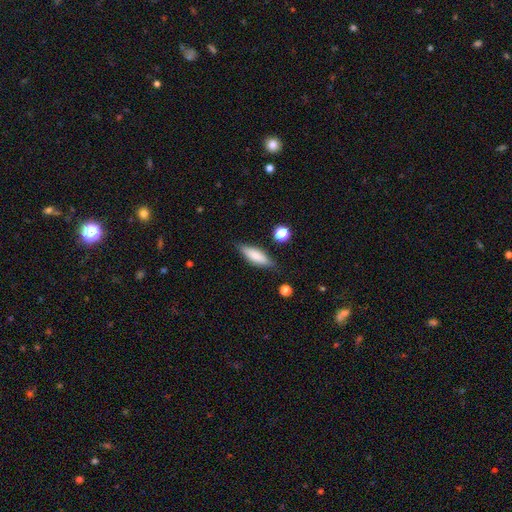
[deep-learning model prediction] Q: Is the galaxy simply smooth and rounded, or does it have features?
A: smooth — 72%.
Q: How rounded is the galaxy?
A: cigar-shaped — 49%.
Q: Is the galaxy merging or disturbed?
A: none — 80%.